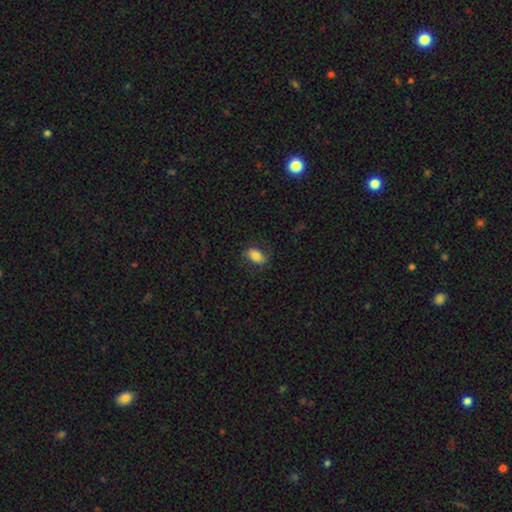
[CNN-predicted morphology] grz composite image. It shows a smooth galaxy with no disk features (69%) that is in between round and cigar-shaped (86%). Merging: none (72%).